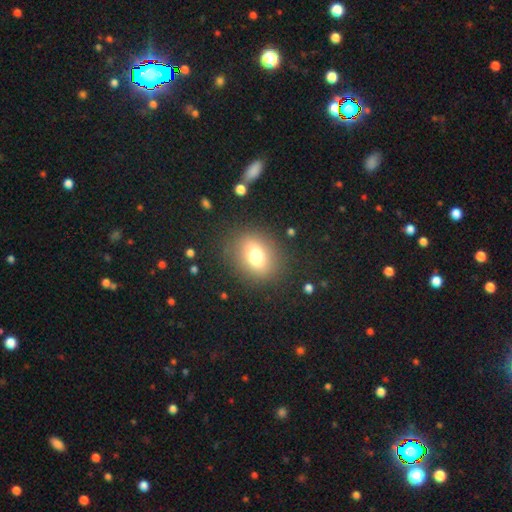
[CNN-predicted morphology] Overall: smooth (72%). How rounded: round (54%; in between 45%). Merging: none (84%).